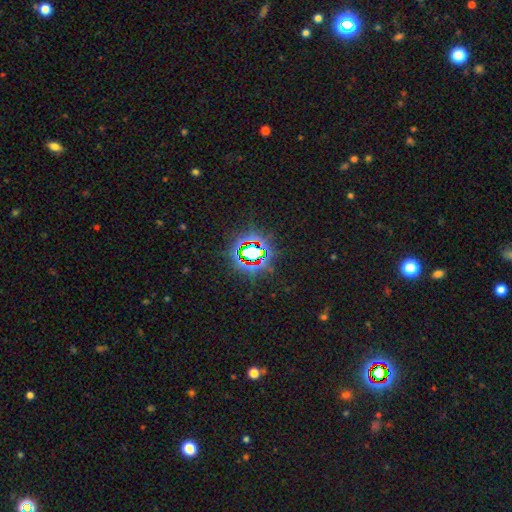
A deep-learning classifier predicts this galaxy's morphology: star or artifact 77%, smooth 14%, featured or disk 10%.